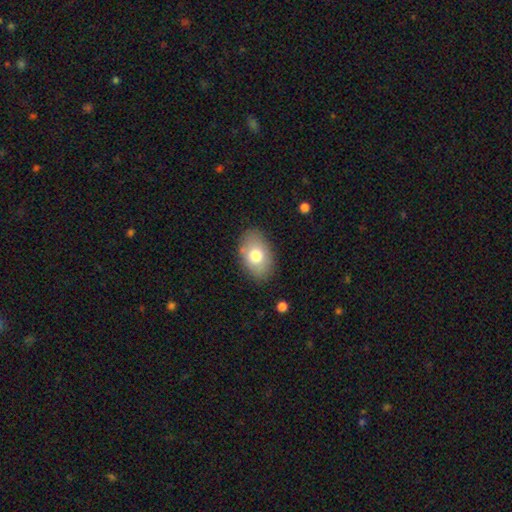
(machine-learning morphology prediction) A smooth galaxy with no disk features (75%) that is in between round and cigar-shaped (87%).

Vote fractions:
- Smooth or featured? smooth: 75% / featured or disk: 18% / star or artifact: 8%
- How rounded? in between: 87% / round: 11% / cigar-shaped: 1%
- Merging? none: 83% / minor disturbance: 12% / major disturbance: 3% / merger: 2%